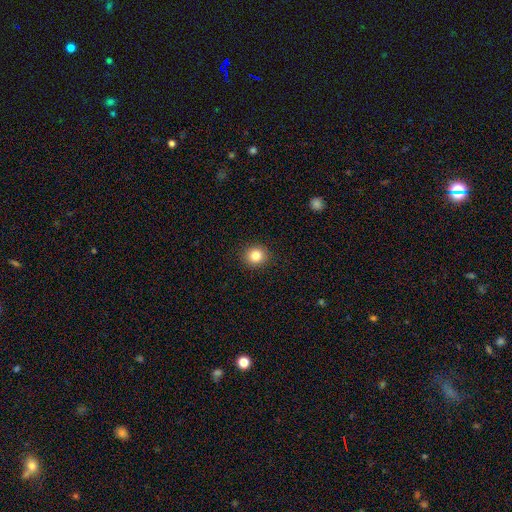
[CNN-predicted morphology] Smooth or featured? Predicted: smooth (p=0.83). How rounded? Predicted: round (p=0.87). Merging? Predicted: none (p=0.91).